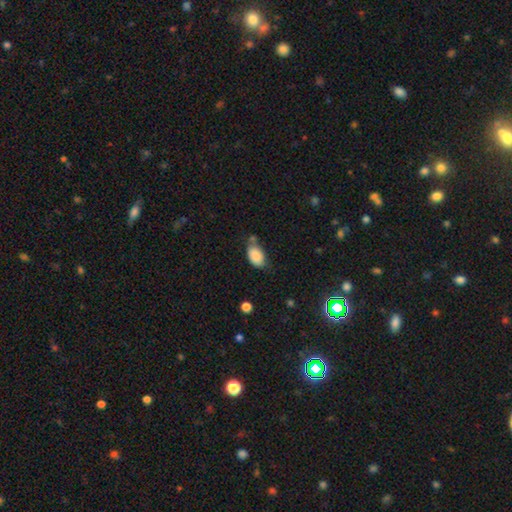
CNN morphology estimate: Smooth or featured? Predicted: smooth (p=0.87). How rounded? Predicted: in between (p=0.91). Merging? Predicted: none (p=0.53).